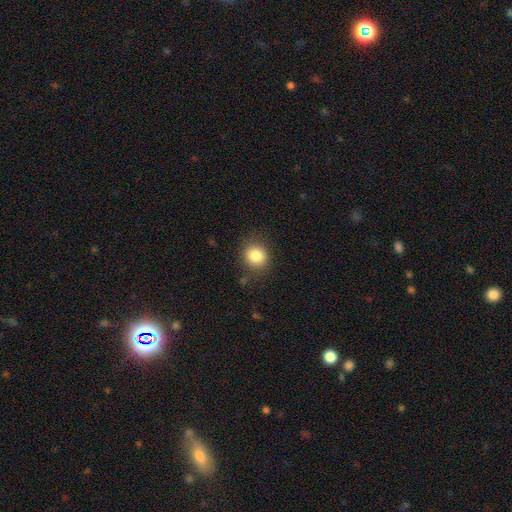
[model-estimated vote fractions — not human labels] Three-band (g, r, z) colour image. It shows a smooth galaxy with no disk features (83%) that is round (82%). Merging: none (84%).